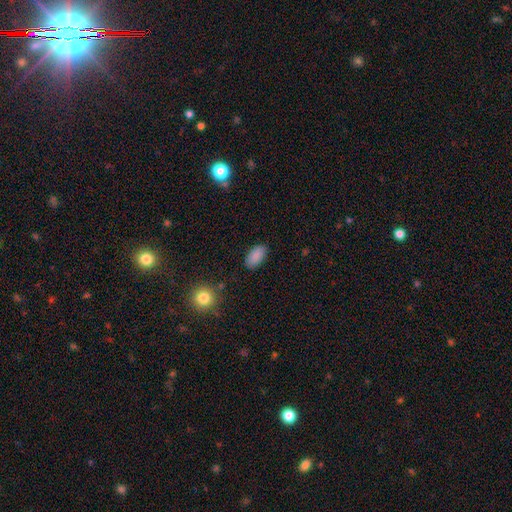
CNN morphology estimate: Q: Smooth or featured?
A: smooth (88%); runner-up: star or artifact (7%)
Q: How rounded?
A: in between (93%); runner-up: cigar-shaped (3%)
Q: Merging?
A: none (86%); runner-up: minor disturbance (10%)